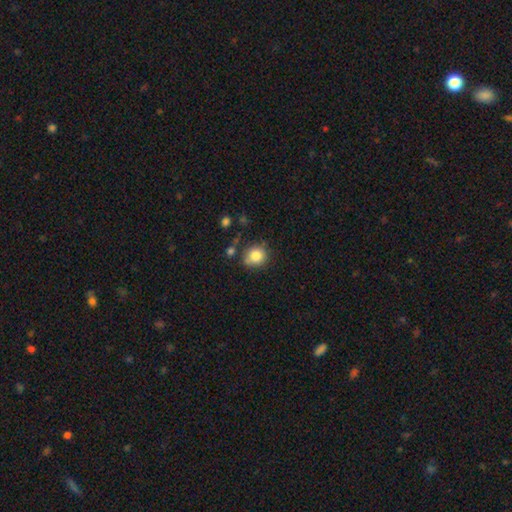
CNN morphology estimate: The model was most divided on "merging": none: 70%, minor disturbance: 17%, merger: 8%, major disturbance: 4%. More confident: how rounded — round (83%); smooth or featured — smooth (83%).